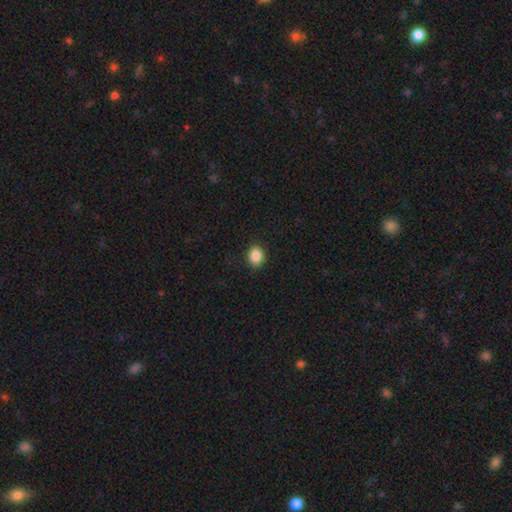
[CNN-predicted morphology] Smooth or featured? Predicted: smooth (p=0.87). How rounded? Predicted: round (p=0.54). Merging? Predicted: none (p=0.88).